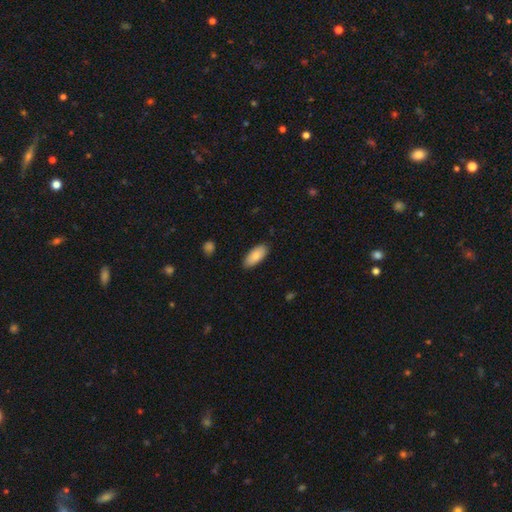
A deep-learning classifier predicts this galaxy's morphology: smooth-or-featured: smooth: 84% | featured or disk: 10% | star or artifact: 6%
  how-rounded: in between: 89% | cigar-shaped: 10% | round: 2%
  merging: none: 86% | minor disturbance: 11% | major disturbance: 2% | merger: 1%